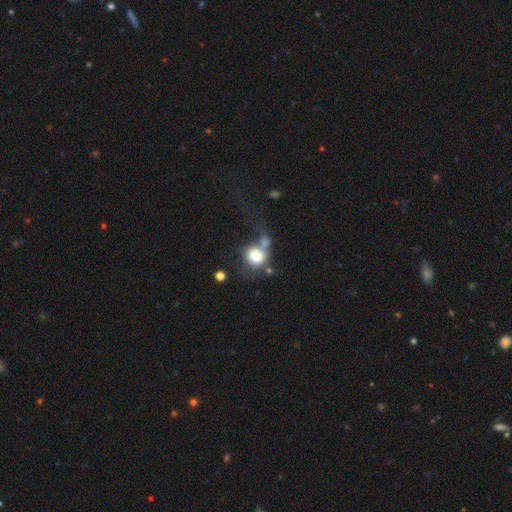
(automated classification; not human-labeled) Morphology: type=smooth (73%); roundness=round (68%); merging=merger (40%).